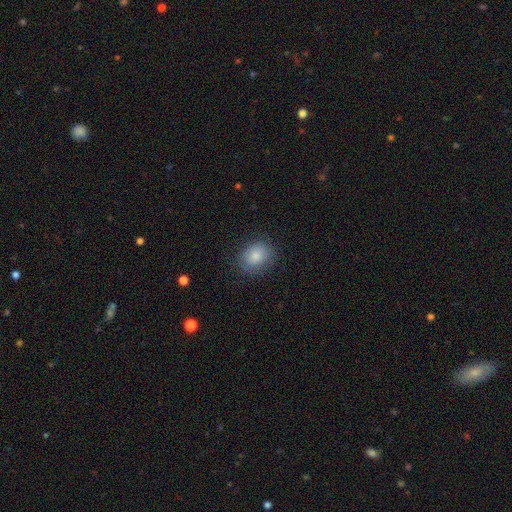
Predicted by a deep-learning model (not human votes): Smooth or featured? Predicted: smooth (p=0.83). How rounded? Predicted: round (p=0.57). Merging? Predicted: none (p=0.80).